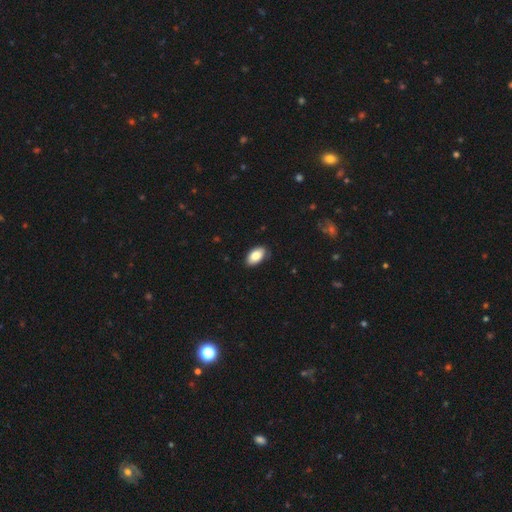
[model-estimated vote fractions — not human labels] smooth 85%, featured or disk 8%, star or artifact 7%. Down the decision tree: how rounded — in between (94%); merging — none (84%).